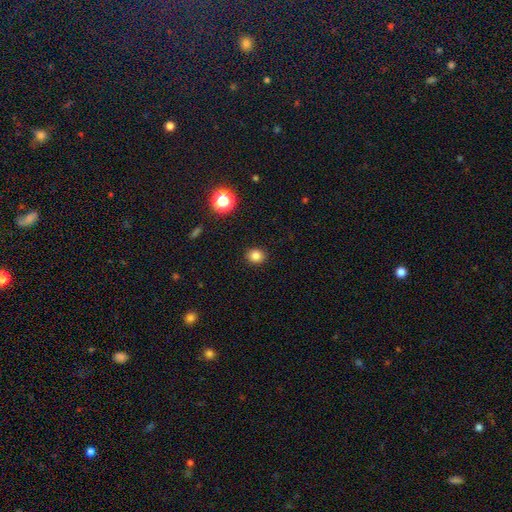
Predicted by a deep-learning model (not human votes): A smooth galaxy with no disk features (82%) that is round (68%).

Vote fractions:
- Smooth or featured? smooth: 82% / star or artifact: 13% / featured or disk: 5%
- How rounded? round: 68% / in between: 31% / cigar-shaped: 1%
- Merging? none: 90% / minor disturbance: 7% / major disturbance: 2% / merger: 1%